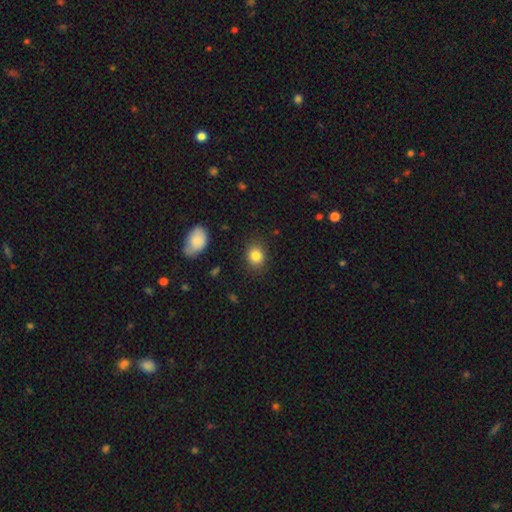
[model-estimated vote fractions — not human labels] This is clearly a smooth galaxy (84%). How rounded: possibly round (59%). Merging: clearly none (86%).